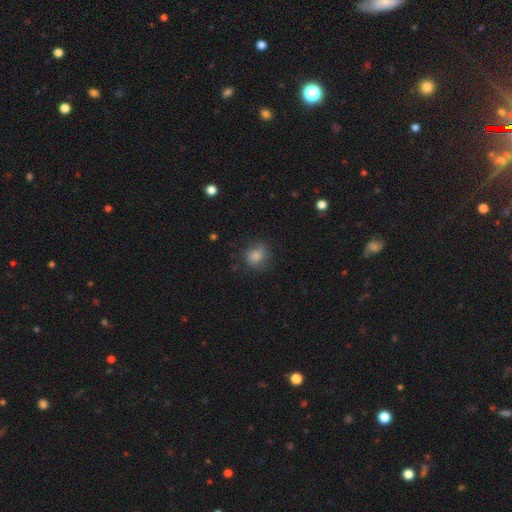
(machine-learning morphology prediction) The model was most divided on "how rounded": round: 77%, in between: 22%, cigar-shaped: 1%. More confident: merging — none (74%); smooth or featured — smooth (72%).